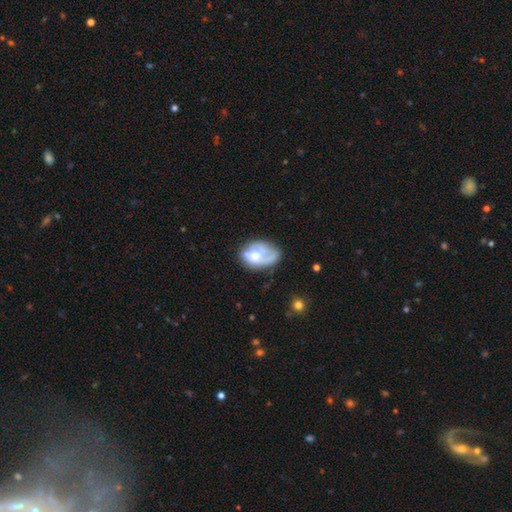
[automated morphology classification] smooth-or-featured: featured or disk: 49% | smooth: 43% | star or artifact: 8%
  merging: none: 35% | minor disturbance: 30% | major disturbance: 26% | merger: 8%